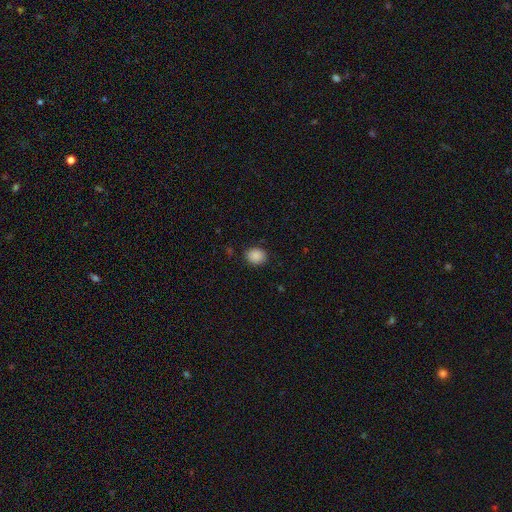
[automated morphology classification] Q: Smooth or featured?
A: smooth (88%); runner-up: star or artifact (9%)
Q: How rounded?
A: round (56%); runner-up: in between (43%)
Q: Merging?
A: none (87%); runner-up: minor disturbance (9%)